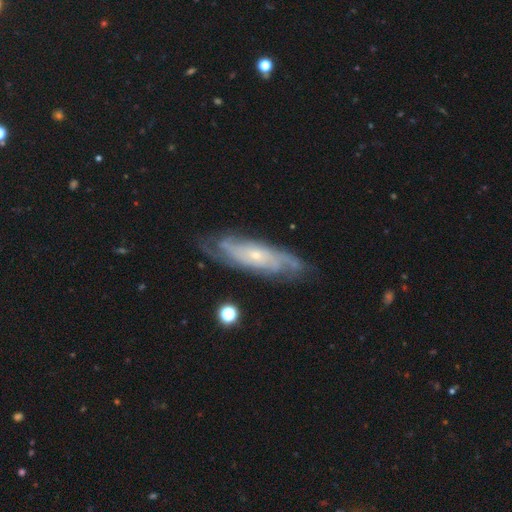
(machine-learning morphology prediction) Smooth or featured: featured or disk — 81% (smooth — 13%)
Edge-on disk: no — 82% (yes — 18%)
Bar: no — 75% (weak — 20%)
Spiral arms: yes — 93% (no — 7%)
Spiral winding: tight — 61% (medium — 31%)
Spiral arm count: can't tell — 45% (2 — 25%)
Bulge size: small — 77% (moderate — 19%)
Merging: none — 75% (minor disturbance — 18%)